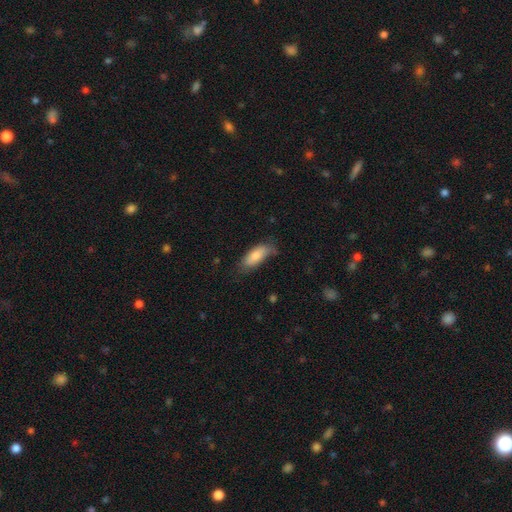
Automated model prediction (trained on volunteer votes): Smooth or featured? smooth (81%)
How rounded? in between (75%)
Merging? none (61%)